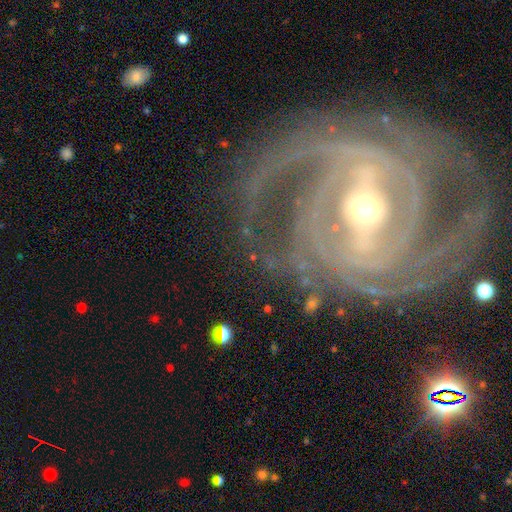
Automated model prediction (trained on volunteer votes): This appears to be a featured or disk galaxy (91%) with a strong bar (58%), 2 (25%, tied with 3) tight (65%) spiral arms (98%) and a moderate central bulge (50%). Merging: none (75%).